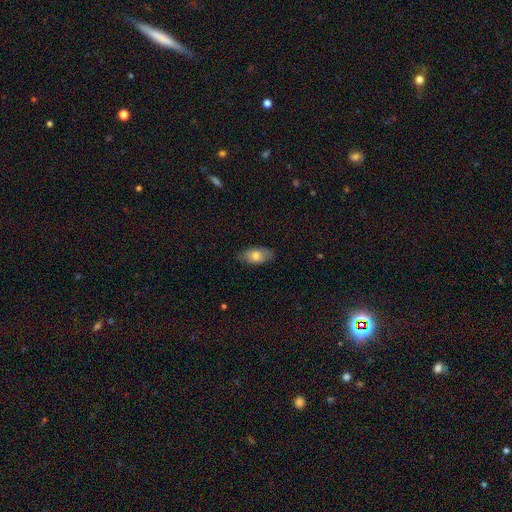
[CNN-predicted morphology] Smooth or featured? smooth (71%)
How rounded? in between (92%)
Merging? none (79%)